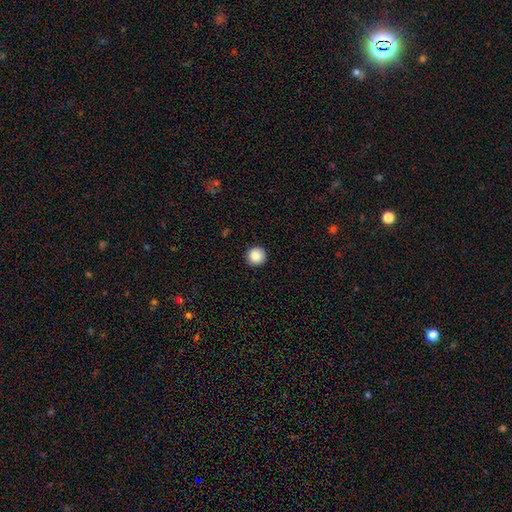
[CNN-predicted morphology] This is clearly a smooth galaxy (89%). How rounded: clearly round (96%). Merging: clearly none (92%).